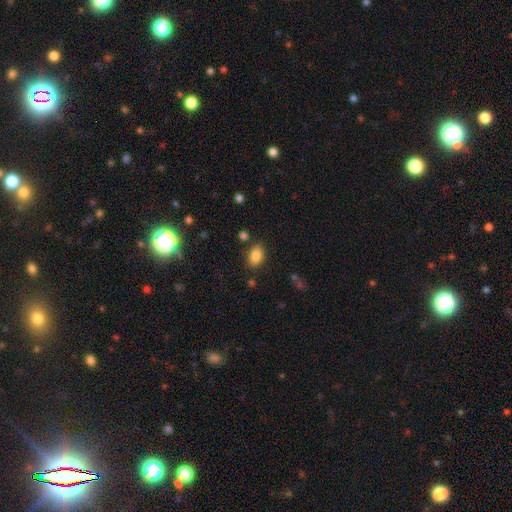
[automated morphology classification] Q: Smooth or featured?
A: smooth (85%); runner-up: star or artifact (9%)
Q: How rounded?
A: in between (87%); runner-up: round (11%)
Q: Merging?
A: none (82%); runner-up: minor disturbance (11%)